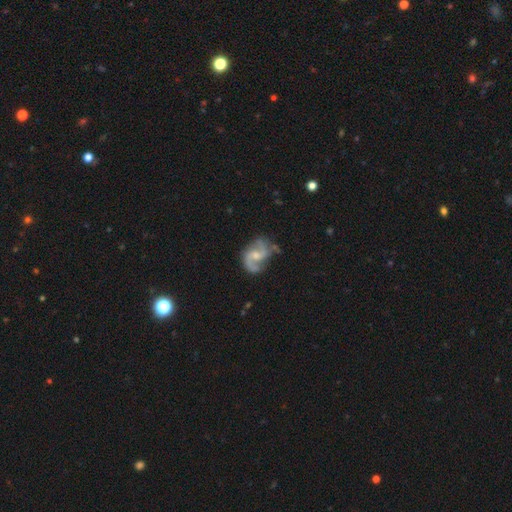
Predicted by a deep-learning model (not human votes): A featured or disk galaxy (87%) with a weak bar (47%), 2 (89%) medium (48%) spiral arms (96%) and a moderate central bulge (46%).

Vote fractions:
- Smooth or featured? featured or disk: 87% / smooth: 8% / star or artifact: 5%
- Edge-on disk? no: 98% / yes: 2%
- Bar? weak: 47% / no: 45% / strong: 8%
- Spiral arms? yes: 96% / no: 4%
- Spiral winding? medium: 48% / loose: 41% / tight: 11%
- Spiral arm count? 2: 89% / can't tell: 3% / 1: 3% / 3: 2% / 4: 1% / more than 4: 1%
- Bulge size? moderate: 46% / small: 41% / none: 9% / large: 3% / dominant: 1%
- Merging? none: 63% / minor disturbance: 22% / major disturbance: 11% / merger: 3%